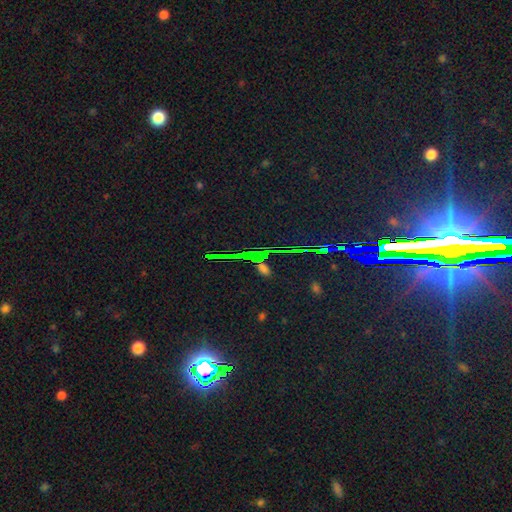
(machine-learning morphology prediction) This is likely a star or artifact rather than a galaxy (70%).